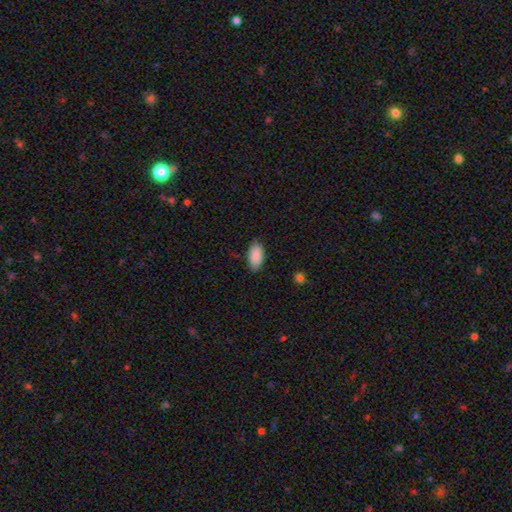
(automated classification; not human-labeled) Q: Smooth or featured?
A: smooth (90%); runner-up: star or artifact (6%)
Q: How rounded?
A: in between (93%); runner-up: cigar-shaped (4%)
Q: Merging?
A: none (84%); runner-up: minor disturbance (13%)